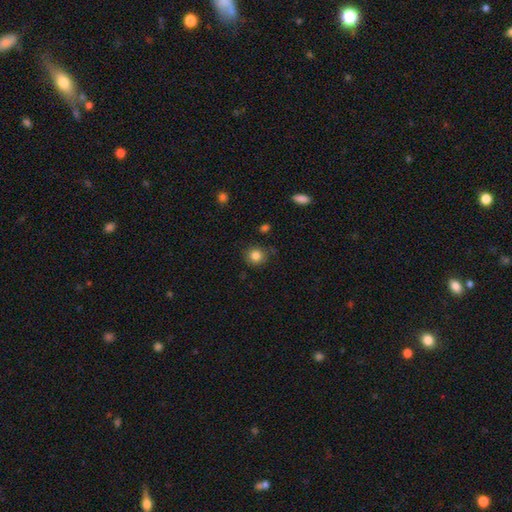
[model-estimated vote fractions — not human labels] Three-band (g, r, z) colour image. It shows a smooth galaxy with no disk features (84%) that is round (87%). Merging: none (82%).